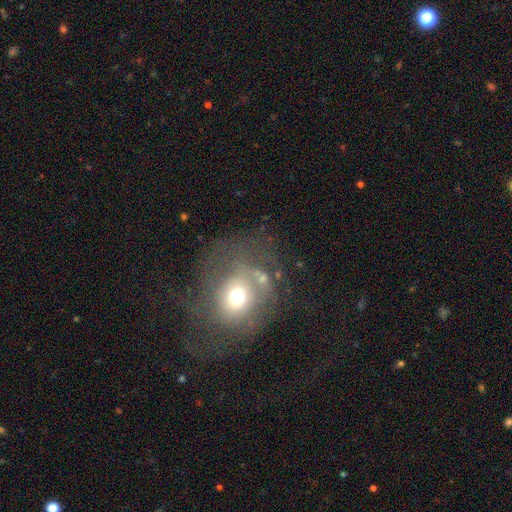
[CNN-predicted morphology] smooth-or-featured: smooth: 46% | featured or disk: 36% | star or artifact: 17%
  merging: none: 38% | major disturbance: 34% | minor disturbance: 21% | merger: 7%